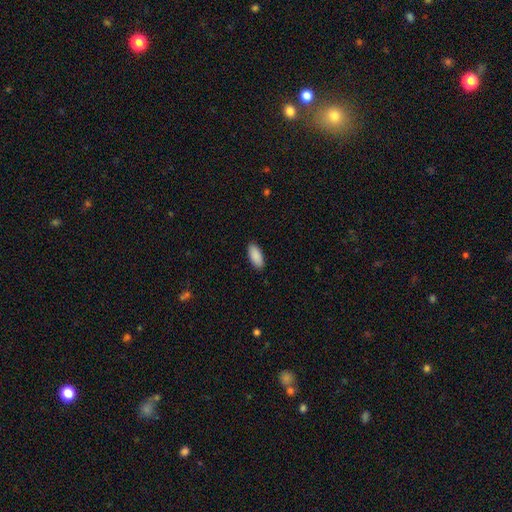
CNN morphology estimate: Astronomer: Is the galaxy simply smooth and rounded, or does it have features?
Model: smooth — 91%.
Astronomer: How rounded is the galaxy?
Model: in between — 88%.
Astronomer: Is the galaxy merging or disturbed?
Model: none — 89%.